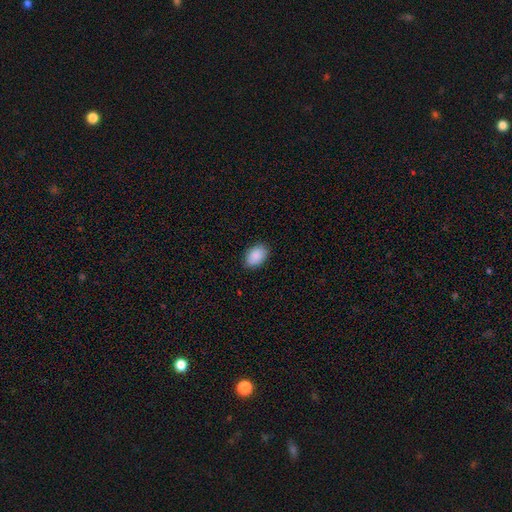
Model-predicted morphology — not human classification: A smooth galaxy with no disk features (90%) that is in between round and cigar-shaped (87%). Merging: none (87%).